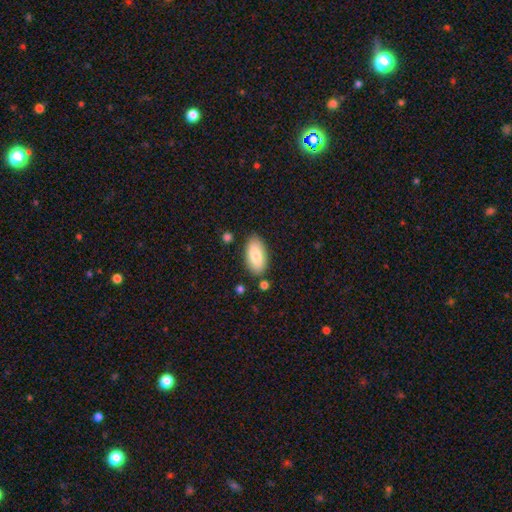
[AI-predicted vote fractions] Smooth or featured: smooth — 82% (featured or disk — 12%)
How rounded: in between — 93% (cigar-shaped — 5%)
Merging: none — 83% (minor disturbance — 11%)